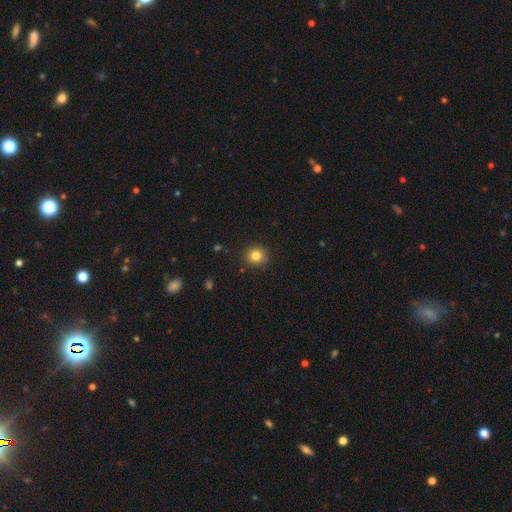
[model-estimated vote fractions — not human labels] smooth-or-featured: smooth: 82% | star or artifact: 12% | featured or disk: 6%
  how-rounded: round: 86% | in between: 13% | cigar-shaped: 1%
  merging: none: 86% | minor disturbance: 10% | major disturbance: 2% | merger: 2%